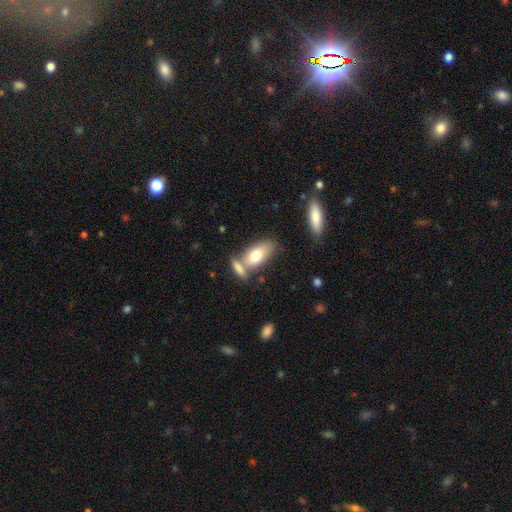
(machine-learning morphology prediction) This is likely a smooth galaxy (74%). How rounded: clearly in between (88%). Merging: possibly none (48%).